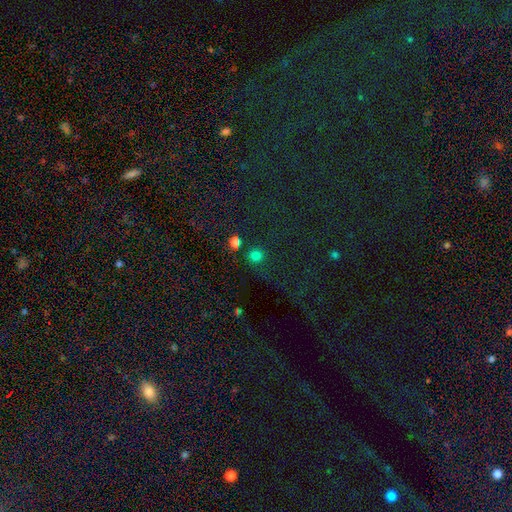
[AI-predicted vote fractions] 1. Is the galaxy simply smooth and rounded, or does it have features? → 75% smooth, 20% star or artifact, 4% featured or disk.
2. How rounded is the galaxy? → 87% round, 12% in between, 1% cigar-shaped.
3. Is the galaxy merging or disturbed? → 83% none, 8% minor disturbance, 5% merger, 3% major disturbance.